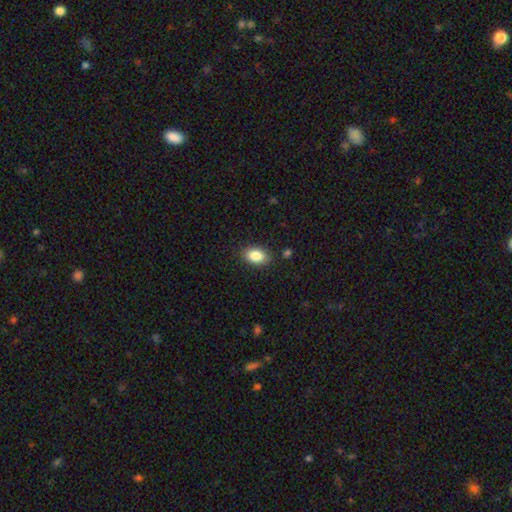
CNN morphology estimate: Q: Smooth or featured?
A: smooth (85%); runner-up: star or artifact (8%)
Q: How rounded?
A: in between (86%); runner-up: round (13%)
Q: Merging?
A: none (85%); runner-up: minor disturbance (11%)